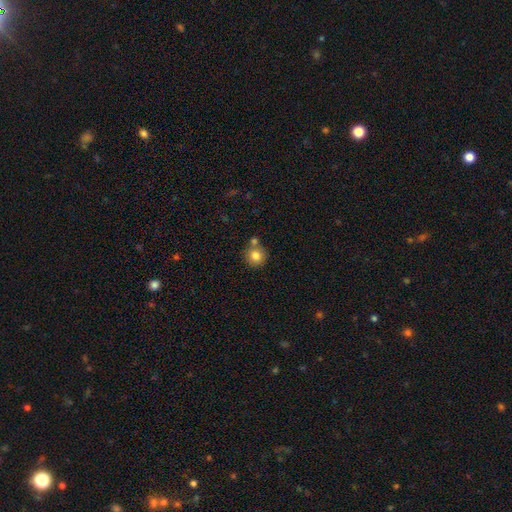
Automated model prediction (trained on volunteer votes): smooth 81%, star or artifact 10%, featured or disk 9%. Down the decision tree: how rounded — round (91%); merging — none (66%).